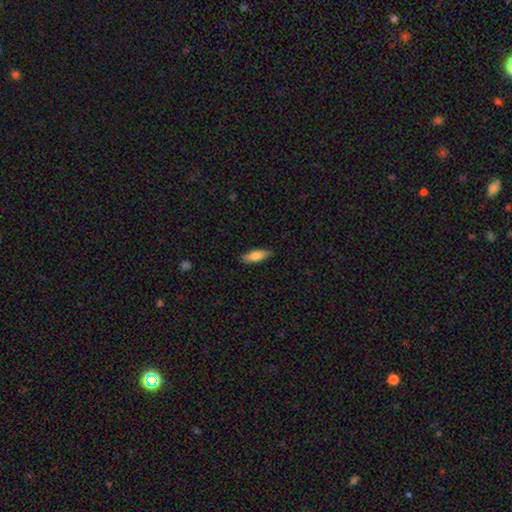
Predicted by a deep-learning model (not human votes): smooth 70%, featured or disk 24%, star or artifact 6%. Down the decision tree: how rounded — in between (57%); merging — none (88%).